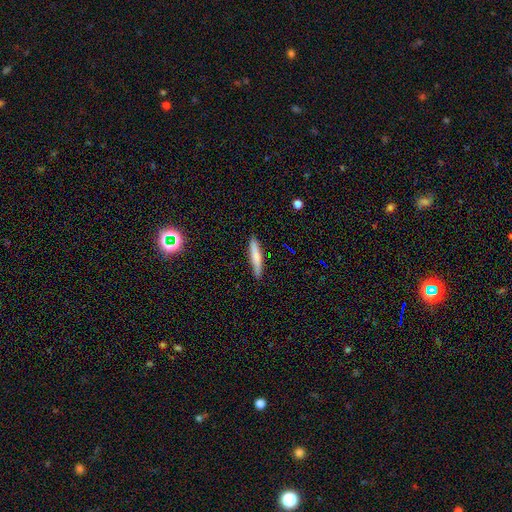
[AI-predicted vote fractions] smooth 73%, featured or disk 21%, star or artifact 7%. Down the decision tree: how rounded — cigar-shaped (90%); merging — none (86%).